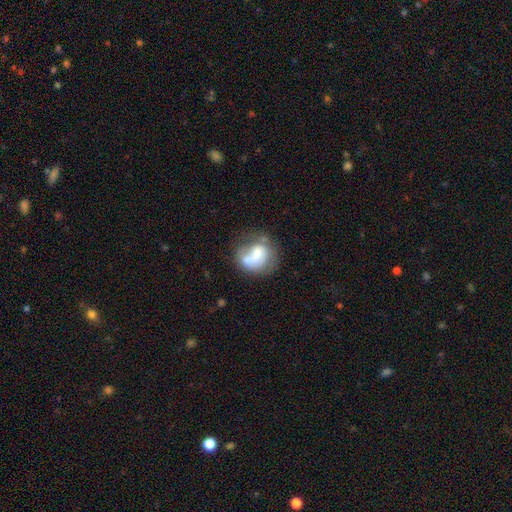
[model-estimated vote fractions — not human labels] Smooth or featured: smooth — 50% (featured or disk — 42%)
Merging: none — 36% (major disturbance — 22%)